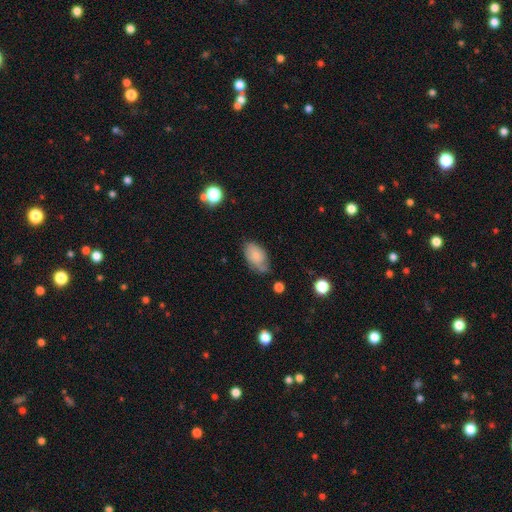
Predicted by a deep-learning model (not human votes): smooth 65%, featured or disk 27%, star or artifact 8%. Down the decision tree: how rounded — in between (92%); merging — none (55%).